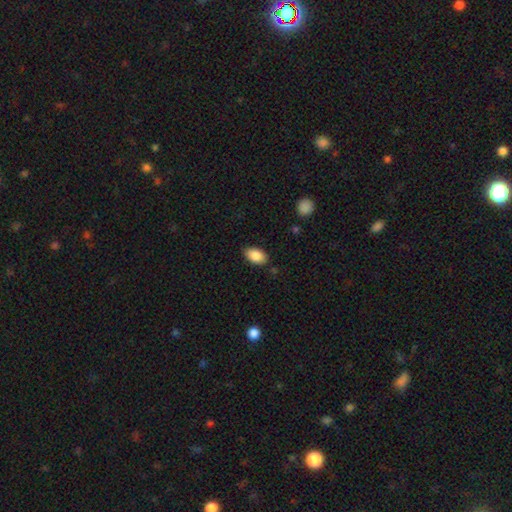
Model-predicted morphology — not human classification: Smooth or featured? smooth (87%)
How rounded? in between (92%)
Merging? none (85%)